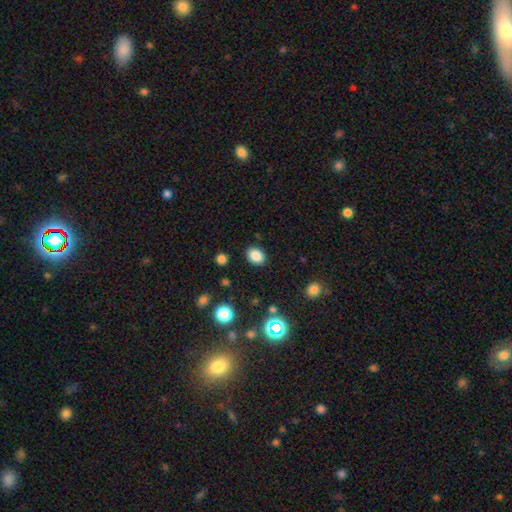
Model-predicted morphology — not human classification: smooth-or-featured: smooth: 84% | star or artifact: 11% | featured or disk: 5%
  how-rounded: in between: 60% | round: 39% | cigar-shaped: 1%
  merging: none: 87% | minor disturbance: 8% | major disturbance: 3% | merger: 2%